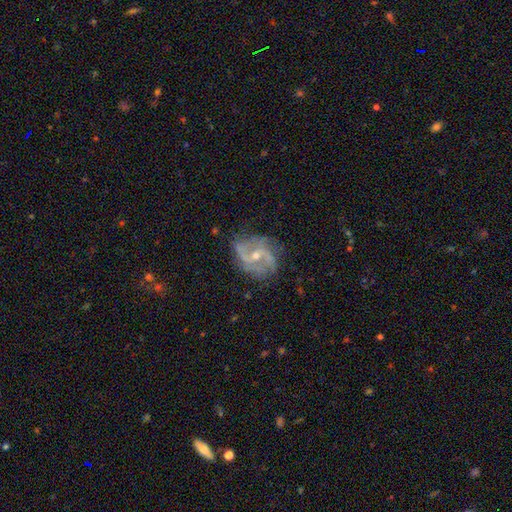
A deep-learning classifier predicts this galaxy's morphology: smooth_or_featured: featured or disk (p=0.85) [alt: smooth p=0.08]
disk_edge_on: no (p=0.97) [alt: yes p=0.03]
bar: weak (p=0.43) [alt: no p=0.38]
has_spiral_arms: yes (p=0.93) [alt: no p=0.07]
spiral_winding: medium (p=0.46) [alt: loose p=0.34]
spiral_arm_count: 2 (p=0.62) [alt: 3 p=0.14]
bulge_size: moderate (p=0.49) [alt: small p=0.48]
merging: none (p=0.67) [alt: minor disturbance p=0.22]